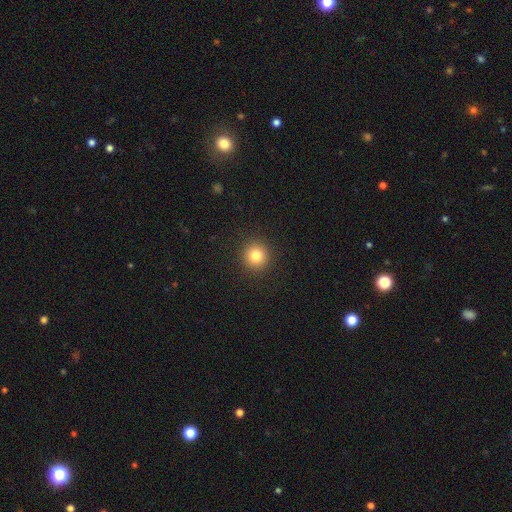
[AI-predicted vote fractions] This appears to be a smooth galaxy with no disk features (82%) that is round (94%). Merging: none (92%).